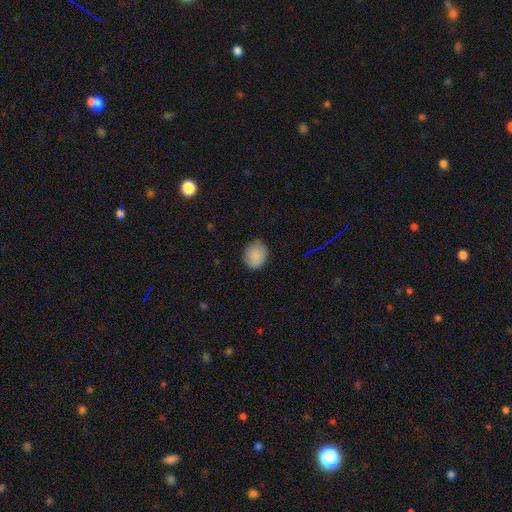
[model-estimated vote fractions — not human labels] A smooth galaxy with no disk features (88%) that is round (61%).

Vote fractions:
- Smooth or featured? smooth: 88% / star or artifact: 8% / featured or disk: 4%
- How rounded? round: 61% / in between: 38% / cigar-shaped: 1%
- Merging? none: 85% / minor disturbance: 12% / major disturbance: 2% / merger: 1%